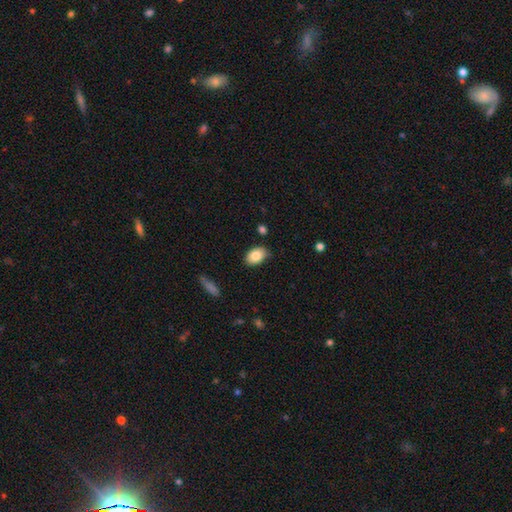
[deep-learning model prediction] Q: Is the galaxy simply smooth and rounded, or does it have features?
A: smooth — 84%.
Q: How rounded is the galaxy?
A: in between — 88%.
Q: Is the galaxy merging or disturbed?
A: none — 75%.